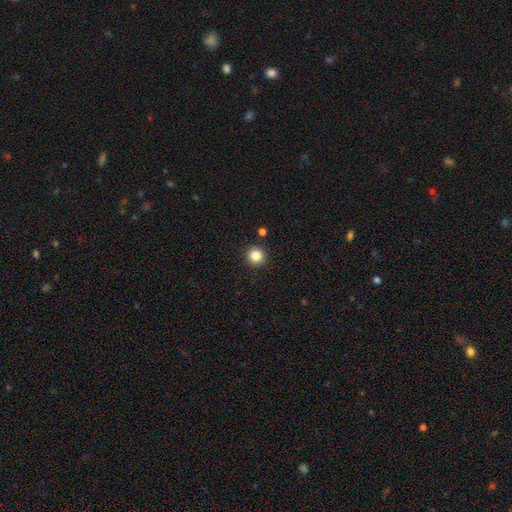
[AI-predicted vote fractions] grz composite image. It shows a smooth galaxy with no disk features (84%) that is round (95%). Merging: none (91%).